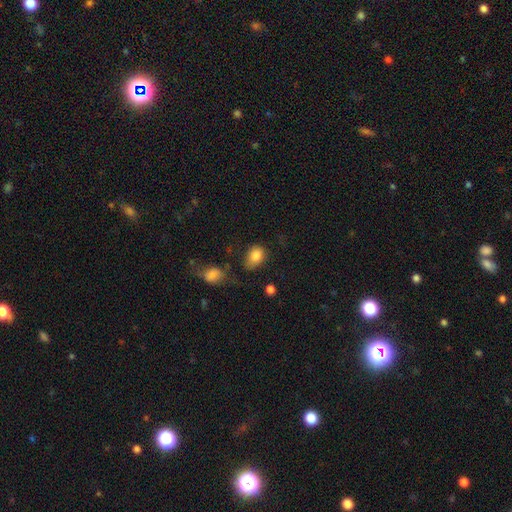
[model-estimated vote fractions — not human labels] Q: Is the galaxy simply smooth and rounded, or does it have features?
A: smooth — 84%.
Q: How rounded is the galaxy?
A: in between — 76%.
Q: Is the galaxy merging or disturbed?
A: none — 60%.